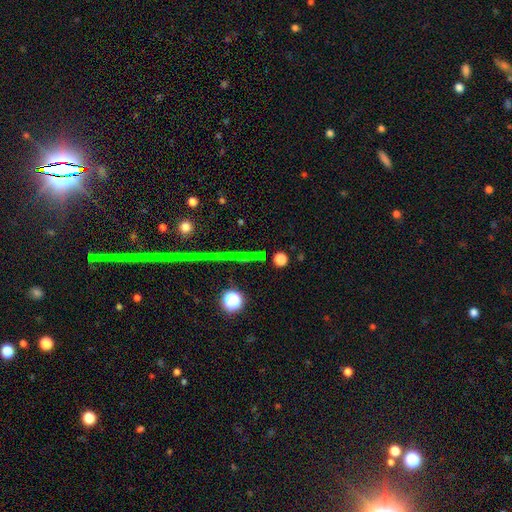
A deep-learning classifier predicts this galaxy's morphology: The model was most divided on "smooth or featured": star or artifact: 49%, smooth: 37%, featured or disk: 14%.